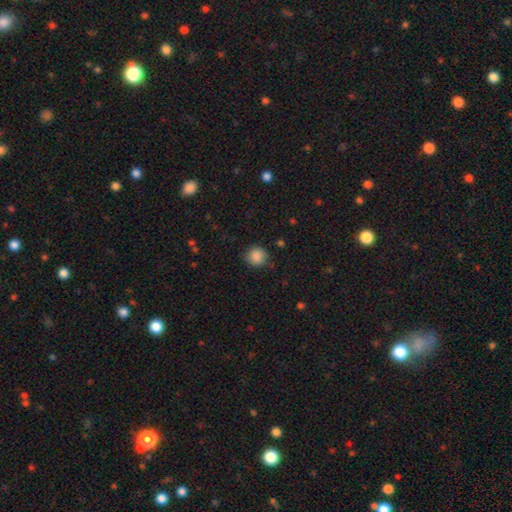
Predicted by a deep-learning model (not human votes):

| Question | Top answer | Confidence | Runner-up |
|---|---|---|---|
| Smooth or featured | smooth | 87% | star or artifact (9%) |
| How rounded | round | 91% | in between (8%) |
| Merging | none | 84% | minor disturbance (11%) |